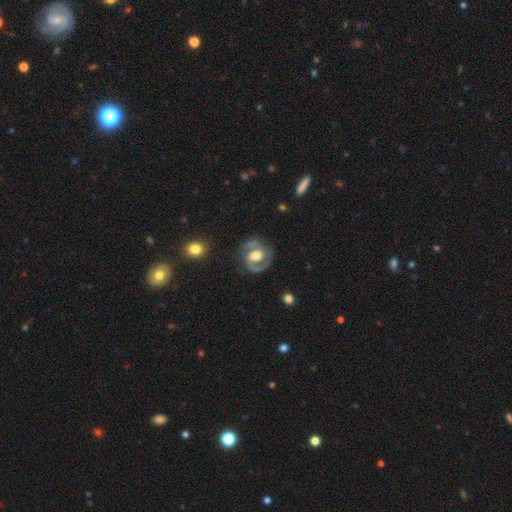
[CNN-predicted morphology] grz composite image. It shows a featured or disk galaxy (85%) with no bar (41%, tied with weak), 2 (88%) medium (51%) spiral arms (94%) and a moderate central bulge (60%). Merging: none (77%).